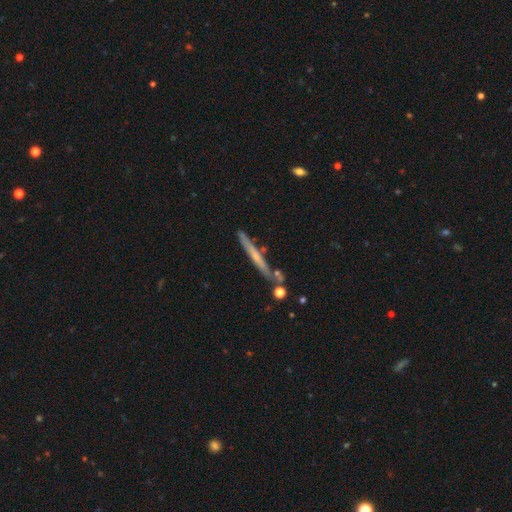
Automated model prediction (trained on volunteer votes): Smooth or featured?
  - featured or disk: 55% *
  - smooth: 38%
  - star or artifact: 7%
Edge-on disk?
  - yes: 94% *
  - no: 6%
Edge-on bulge?
  - none: 66% *
  - rounded: 28%
  - boxy: 6%
Merging?
  - none: 77% *
  - minor disturbance: 13%
  - merger: 7%
  - major disturbance: 3%